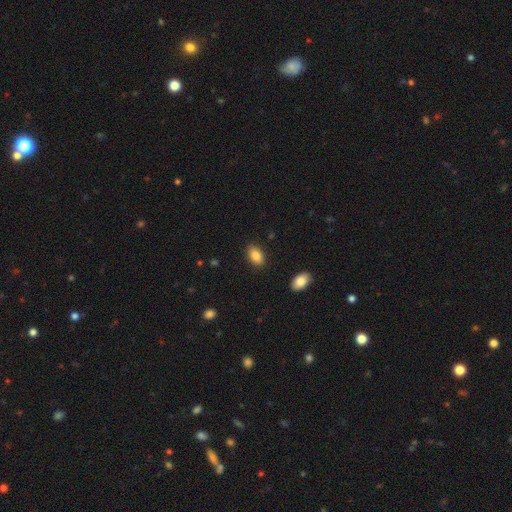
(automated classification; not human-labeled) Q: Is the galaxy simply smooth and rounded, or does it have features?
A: smooth — 86%.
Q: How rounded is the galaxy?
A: in between — 92%.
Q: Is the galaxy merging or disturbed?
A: none — 87%.